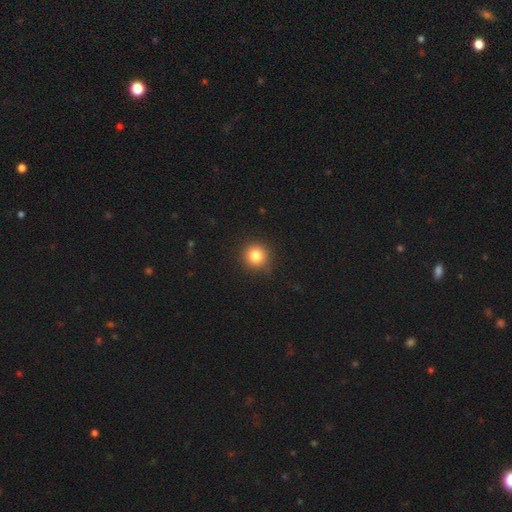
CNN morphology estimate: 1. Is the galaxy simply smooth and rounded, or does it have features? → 83% smooth, 11% star or artifact, 6% featured or disk.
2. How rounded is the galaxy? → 94% round, 5% in between, 1% cigar-shaped.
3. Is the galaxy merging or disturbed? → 89% none, 8% minor disturbance, 2% major disturbance, 1% merger.